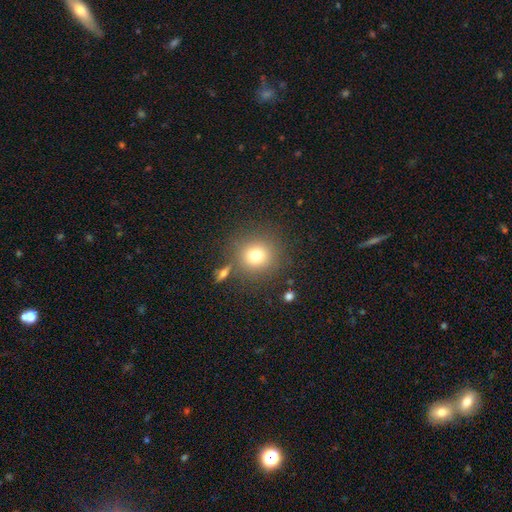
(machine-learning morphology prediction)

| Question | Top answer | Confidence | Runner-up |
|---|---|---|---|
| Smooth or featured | smooth | 75% | star or artifact (15%) |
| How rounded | round | 91% | in between (8%) |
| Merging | none | 81% | minor disturbance (9%) |